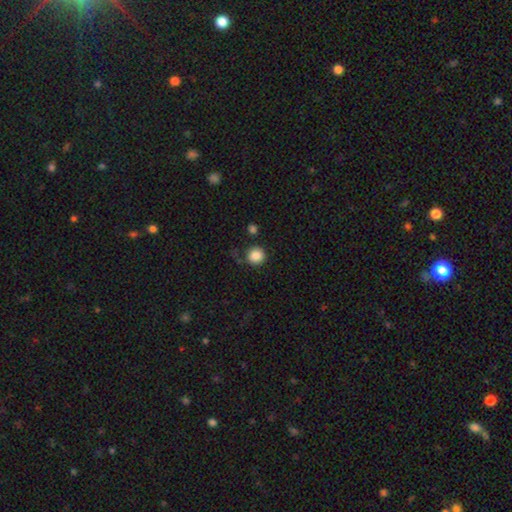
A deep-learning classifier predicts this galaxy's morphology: The model was most divided on "merging": none: 82%, minor disturbance: 10%, merger: 4%, major disturbance: 4%. More confident: how rounded — round (93%); smooth or featured — smooth (87%).